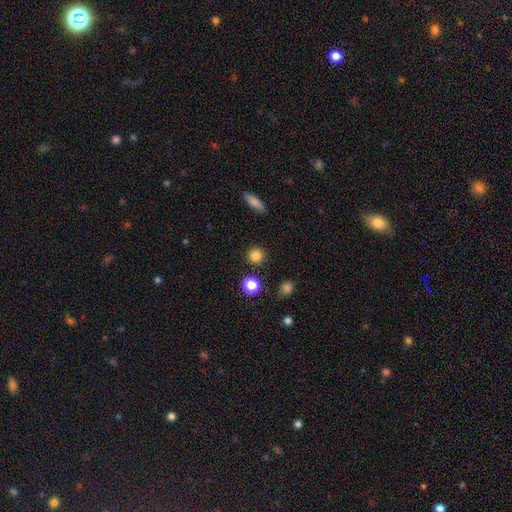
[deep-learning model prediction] smooth 83%, star or artifact 12%, featured or disk 4%. Down the decision tree: how rounded — round (93%); merging — none (90%).